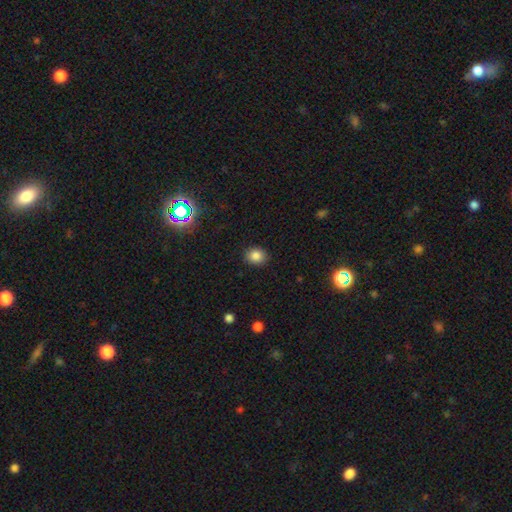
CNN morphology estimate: Smooth or featured? smooth (85%)
How rounded? round (57%)
Merging? none (89%)